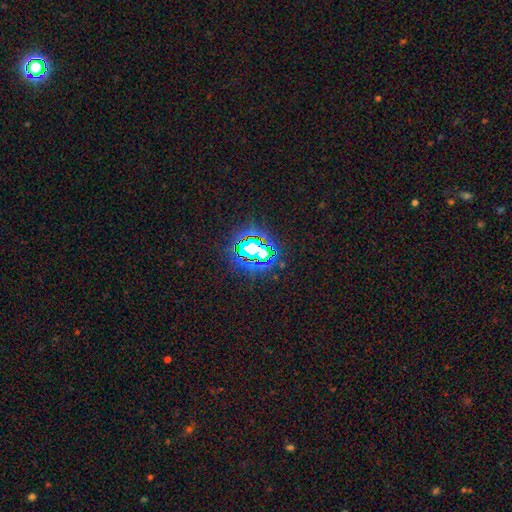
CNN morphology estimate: Smooth or featured: star or artifact — 76% (smooth — 15%)